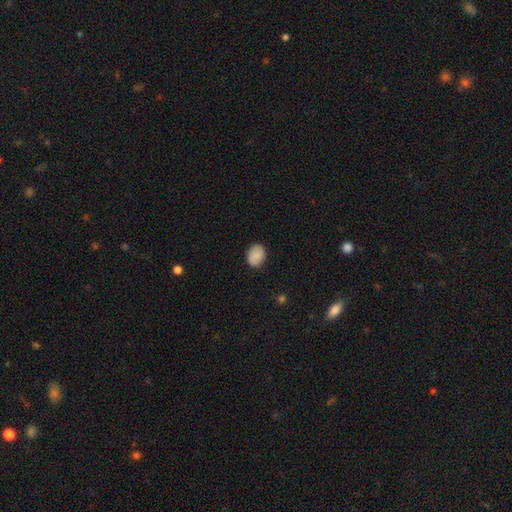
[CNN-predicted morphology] This is clearly a smooth galaxy (84%). How rounded: possibly in between (50%). Merging: clearly none (85%).